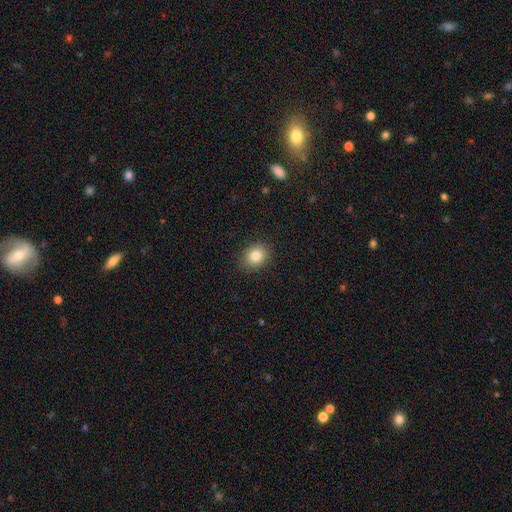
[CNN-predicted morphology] A smooth galaxy with no disk features (83%) that is round (52%).

Vote fractions:
- Smooth or featured? smooth: 83% / star or artifact: 10% / featured or disk: 7%
- How rounded? round: 52% / in between: 47% / cigar-shaped: 1%
- Merging? none: 88% / minor disturbance: 9% / major disturbance: 2% / merger: 1%